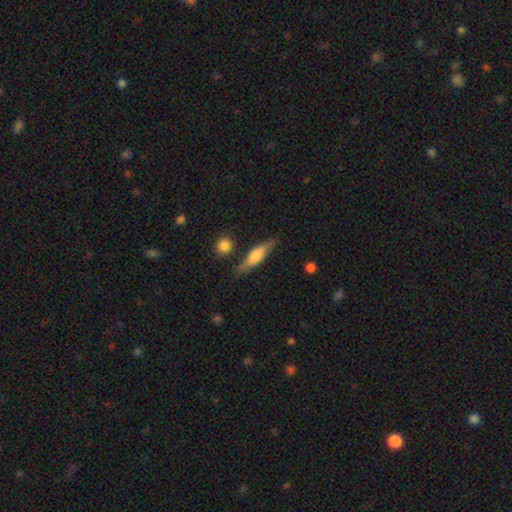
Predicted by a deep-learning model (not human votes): Smooth or featured: featured or disk — 48% (smooth — 46%)
Merging: none — 77% (minor disturbance — 15%)